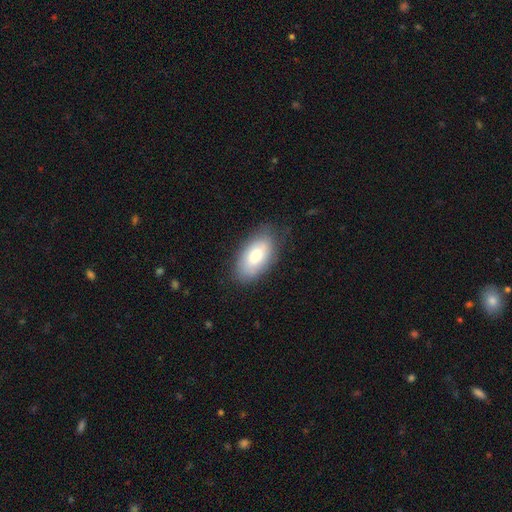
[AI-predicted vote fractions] smooth 78%, featured or disk 15%, star or artifact 6%. Down the decision tree: how rounded — in between (94%); merging — none (76%).